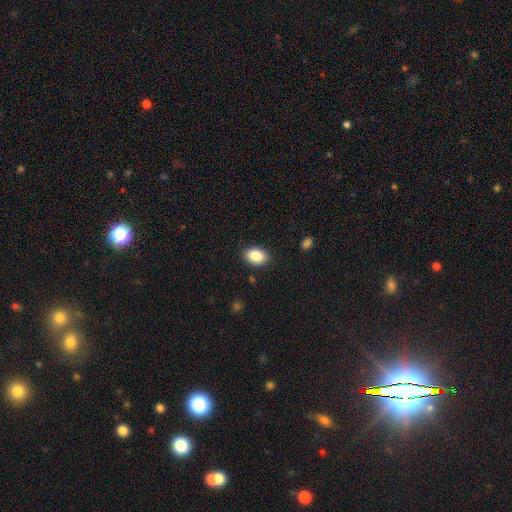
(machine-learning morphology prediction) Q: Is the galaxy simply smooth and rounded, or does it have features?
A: smooth — 88%.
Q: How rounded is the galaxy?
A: in between — 82%.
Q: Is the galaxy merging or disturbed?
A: none — 88%.